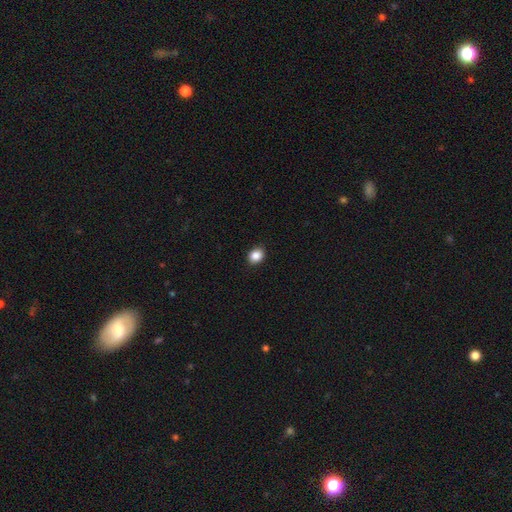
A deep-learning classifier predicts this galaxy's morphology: type=smooth (87%); roundness=round (56%); merging=none (91%).